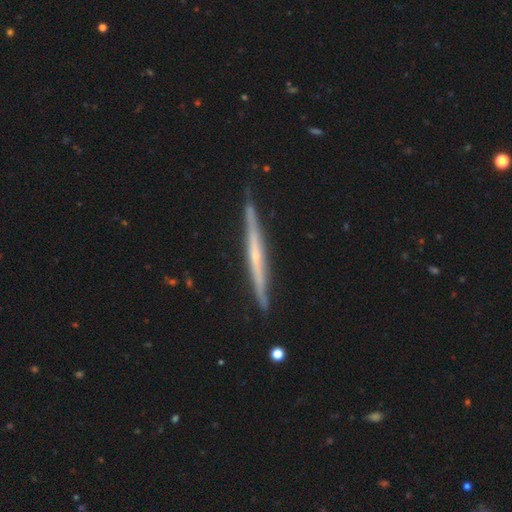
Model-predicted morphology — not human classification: This is likely a featured or disk galaxy (76%). It is clearly viewed edge-on (97%). Edge-on bulge: possibly none (54%). Merging: clearly none (85%).